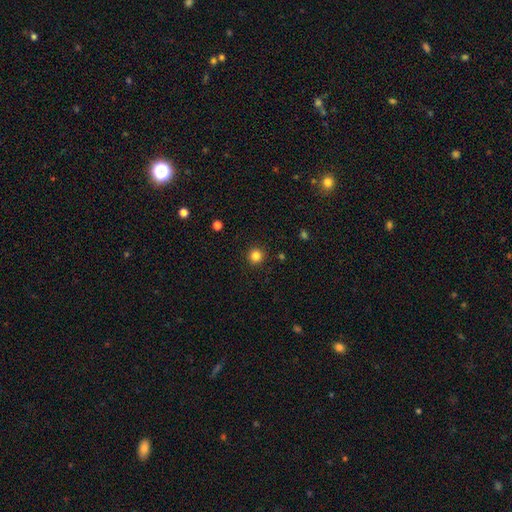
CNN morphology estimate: smooth_or_featured: smooth (p=0.83) [alt: star or artifact p=0.12]
how_rounded: round (p=0.95) [alt: in between p=0.04]
merging: none (p=0.92) [alt: minor disturbance p=0.05]